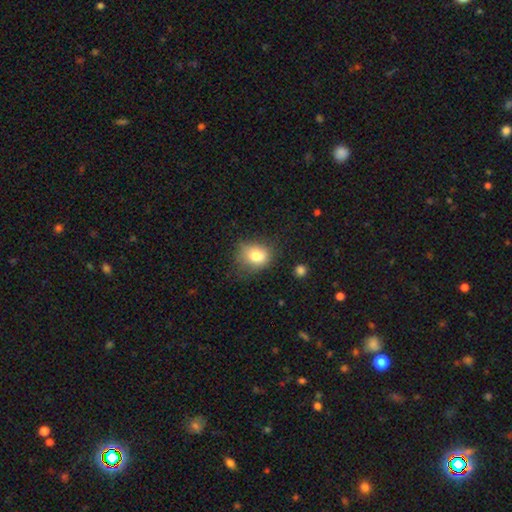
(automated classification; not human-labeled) smooth_or_featured: smooth (p=0.77) [alt: featured or disk p=0.12]
how_rounded: round (p=0.58) [alt: in between p=0.41]
merging: none (p=0.59) [alt: minor disturbance p=0.27]